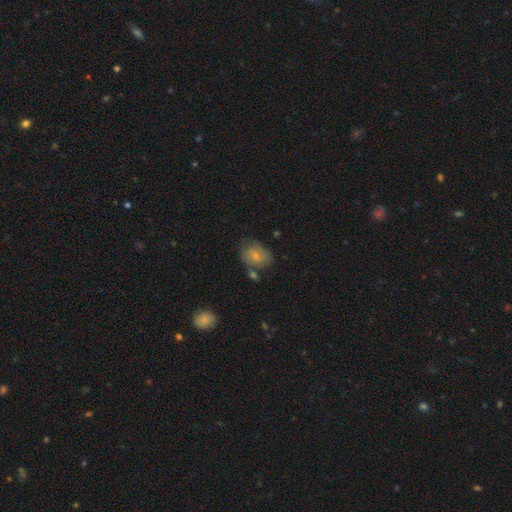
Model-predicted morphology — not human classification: Overall: smooth (65%; featured or disk 27%). How rounded: in between (58%; round 41%). Merging: none (51%; minor disturbance 24%).